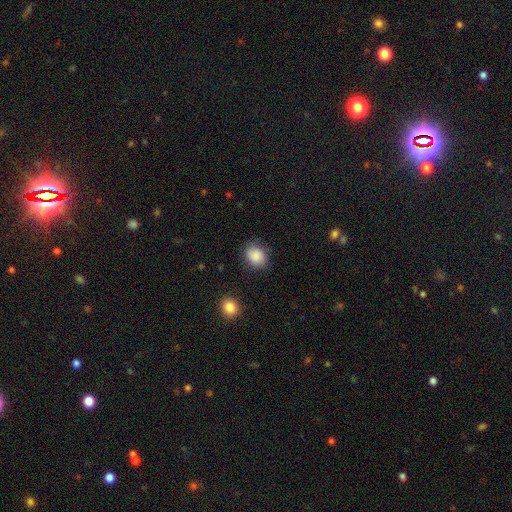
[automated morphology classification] Q: Smooth or featured?
A: smooth (87%); runner-up: star or artifact (8%)
Q: How rounded?
A: round (55%); runner-up: in between (44%)
Q: Merging?
A: none (75%); runner-up: minor disturbance (18%)